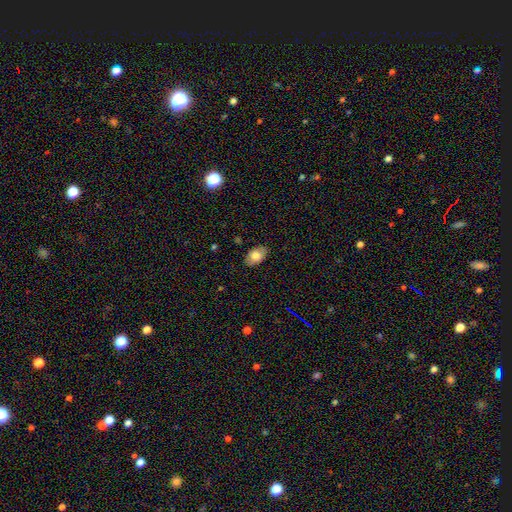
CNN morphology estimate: smooth 76%, featured or disk 17%, star or artifact 7%. Down the decision tree: how rounded — in between (91%); merging — none (84%).